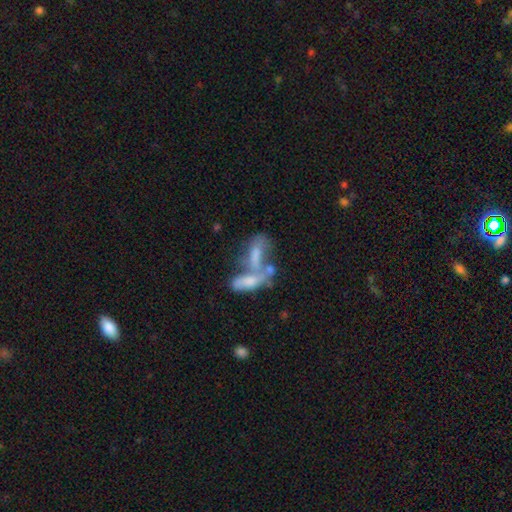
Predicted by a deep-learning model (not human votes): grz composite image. It shows a smooth galaxy with no disk features (53%) that is in between round and cigar-shaped (70%). Merging: merger (67%).